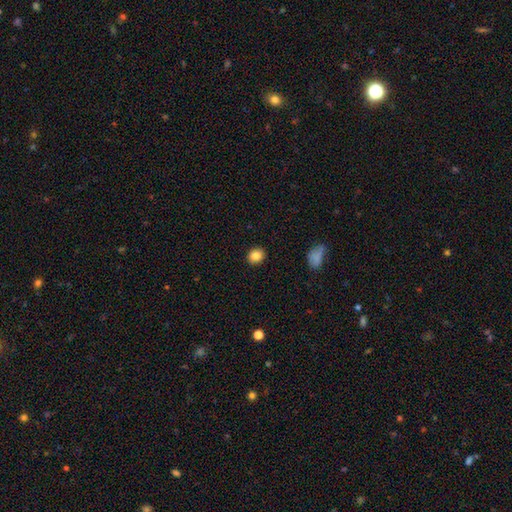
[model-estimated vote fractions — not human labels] This appears to be a smooth galaxy with no disk features (85%) that is round (77%). Merging: none (91%).